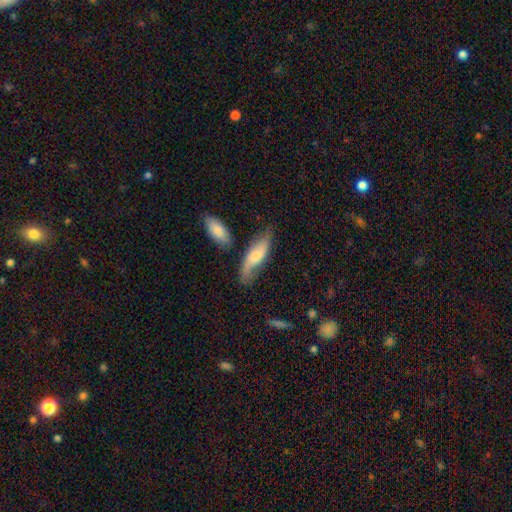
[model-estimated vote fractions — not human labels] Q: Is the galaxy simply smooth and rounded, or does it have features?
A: smooth — 52%.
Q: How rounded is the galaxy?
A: in between — 62%.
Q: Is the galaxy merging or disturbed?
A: none — 53%.